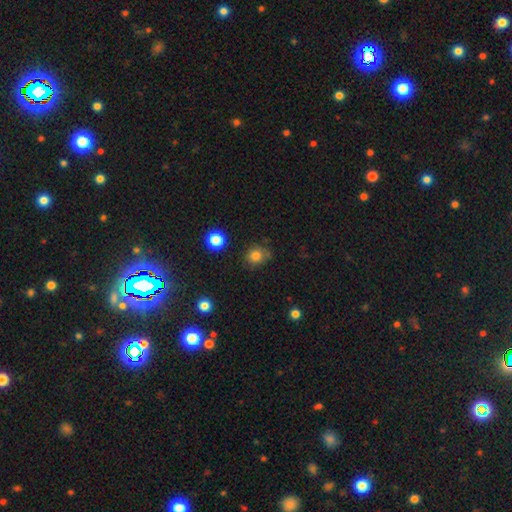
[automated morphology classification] smooth 80%, star or artifact 13%, featured or disk 6%. Down the decision tree: how rounded — round (78%); merging — none (69%).